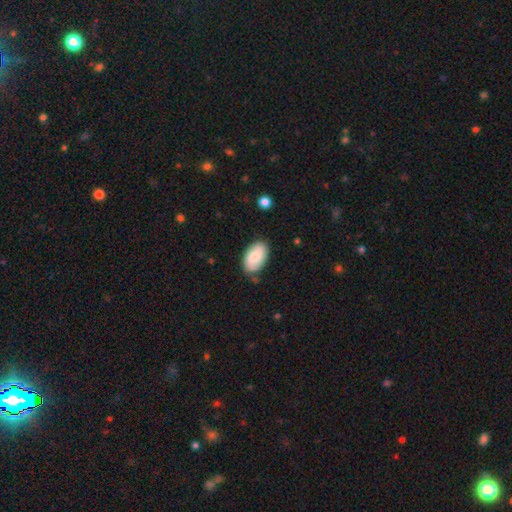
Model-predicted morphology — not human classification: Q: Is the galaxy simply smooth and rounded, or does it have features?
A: smooth — 79%.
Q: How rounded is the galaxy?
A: in between — 95%.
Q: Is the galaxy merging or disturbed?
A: none — 80%.